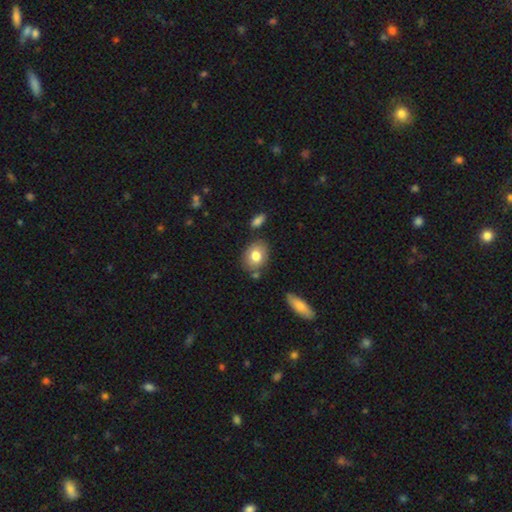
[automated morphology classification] A smooth galaxy with no disk features (77%) that is in between round and cigar-shaped (62%).

Vote fractions:
- Smooth or featured? smooth: 77% / featured or disk: 15% / star or artifact: 7%
- How rounded? in between: 62% / round: 37% / cigar-shaped: 1%
- Merging? none: 76% / minor disturbance: 14% / merger: 7% / major disturbance: 3%